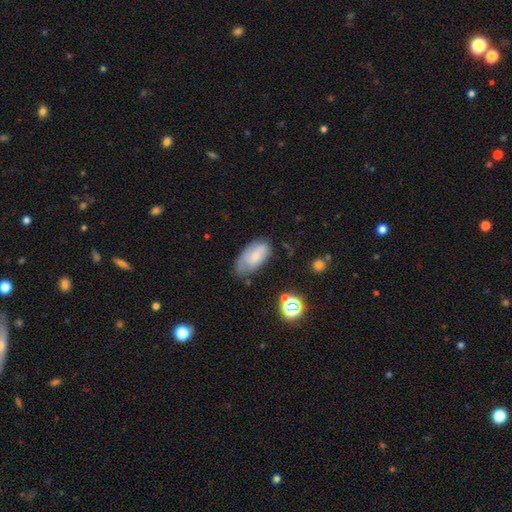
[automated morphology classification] This is likely a smooth galaxy (65%). How rounded: clearly in between (93%). Merging: possibly none (52%).